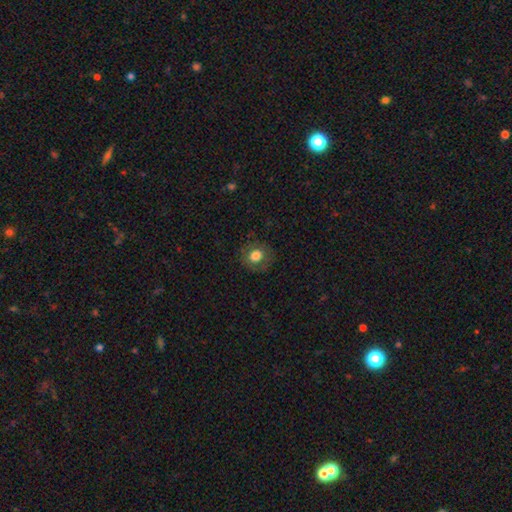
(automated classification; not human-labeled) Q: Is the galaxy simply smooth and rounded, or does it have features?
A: smooth — 75%.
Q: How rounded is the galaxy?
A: round — 81%.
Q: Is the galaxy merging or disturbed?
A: none — 83%.